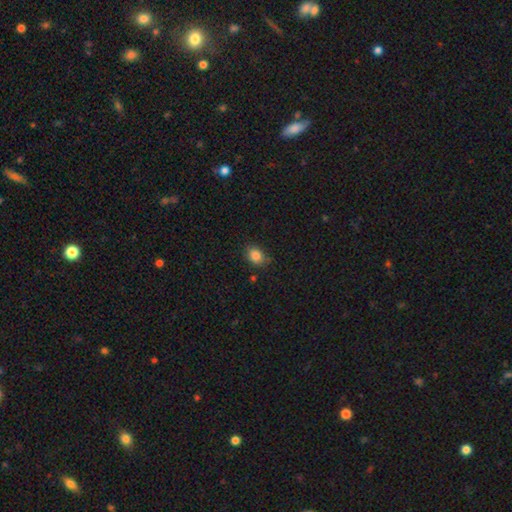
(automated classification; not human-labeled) A smooth galaxy with no disk features (85%) that is in between round and cigar-shaped (52%).

Vote fractions:
- Smooth or featured? smooth: 85% / star or artifact: 10% / featured or disk: 5%
- How rounded? in between: 52% / round: 47% / cigar-shaped: 1%
- Merging? none: 75% / minor disturbance: 19% / major disturbance: 3% / merger: 3%